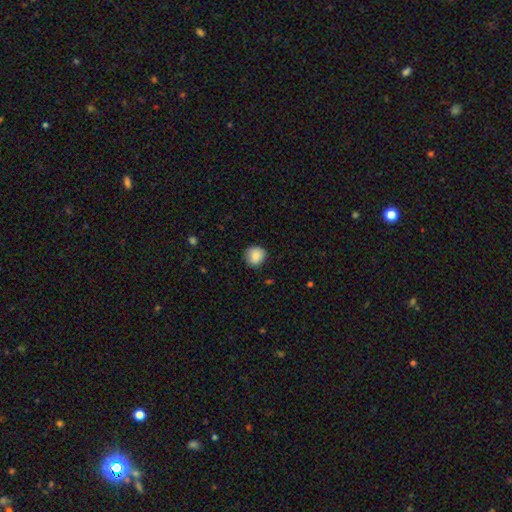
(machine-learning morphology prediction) type=smooth (85%); roundness=round (89%); merging=none (83%).